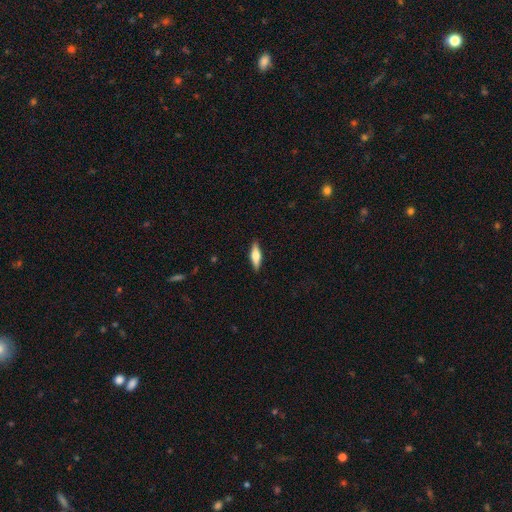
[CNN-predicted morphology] The model was most divided on "how rounded": cigar-shaped: 54%, in between: 43%, round: 3%. More confident: merging — none (89%); smooth or featured — smooth (55%).